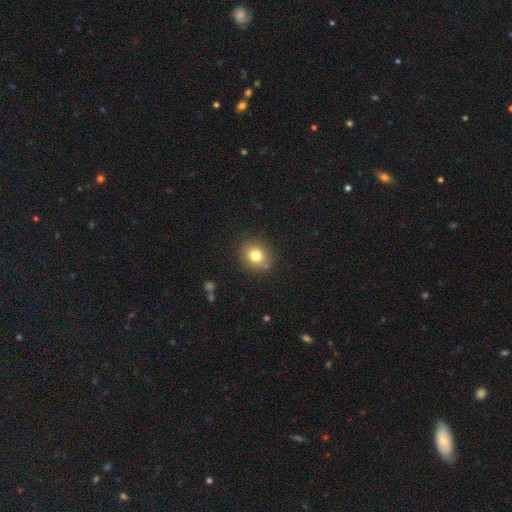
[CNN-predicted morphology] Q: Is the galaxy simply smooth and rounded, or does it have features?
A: smooth — 78%.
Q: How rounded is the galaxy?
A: round — 70%.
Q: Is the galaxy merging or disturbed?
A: none — 83%.